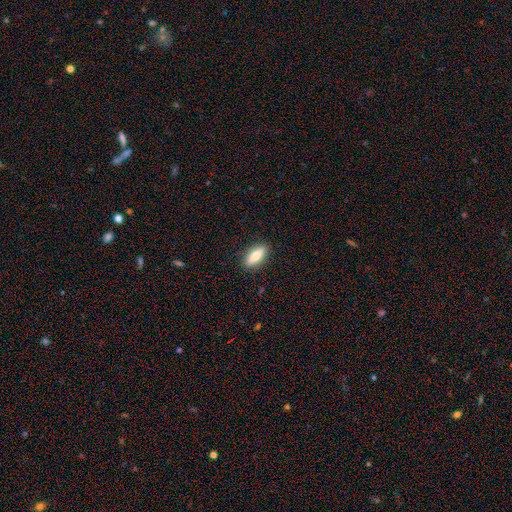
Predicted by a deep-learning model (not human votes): smooth 73%, featured or disk 20%, star or artifact 6%. Down the decision tree: how rounded — in between (66%); merging — none (88%).